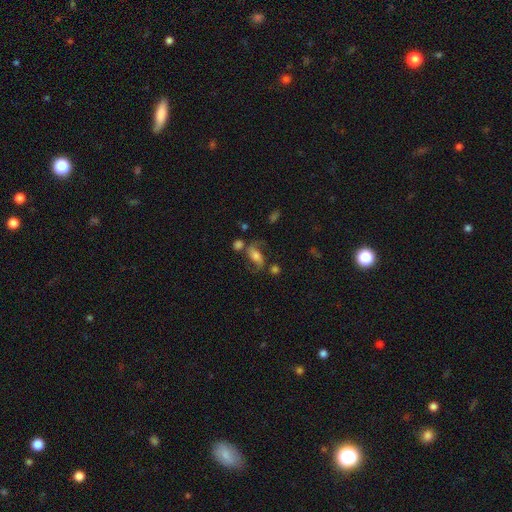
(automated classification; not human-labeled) A featured or disk galaxy (66%) with no bar (38%), 2 (90%) loose (64%) spiral arms (91%) and a moderate central bulge (44%).

Vote fractions:
- Smooth or featured? featured or disk: 66% / smooth: 24% / star or artifact: 10%
- Edge-on disk? no: 92% / yes: 8%
- Bar? no: 38% / weak: 36% / strong: 26%
- Spiral arms? yes: 91% / no: 9%
- Spiral winding? loose: 64% / medium: 28% / tight: 8%
- Spiral arm count? 2: 90% / can't tell: 4% / 1: 3% / 3: 1% / 4: 1% / more than 4: 1%
- Bulge size? moderate: 44% / large: 25% / small: 20% / none: 7% / dominant: 4%
- Merging? none: 56% / minor disturbance: 17% / major disturbance: 14% / merger: 12%